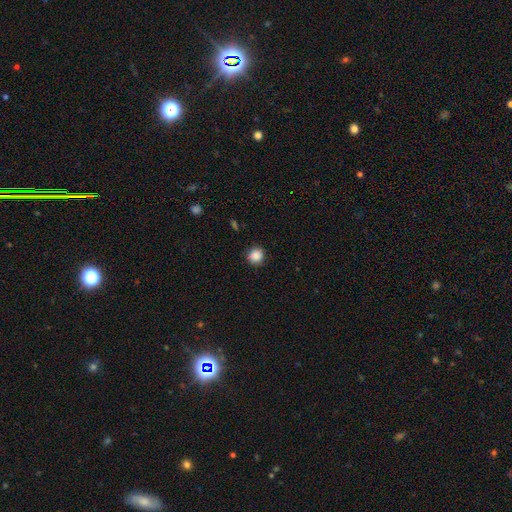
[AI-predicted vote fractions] Smooth or featured? Predicted: smooth (p=0.86). How rounded? Predicted: round (p=0.88). Merging? Predicted: none (p=0.83).